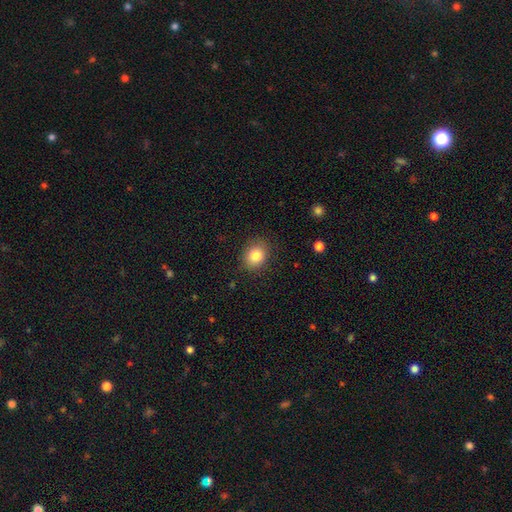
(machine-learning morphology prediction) The model was most divided on "how rounded": round: 62%, in between: 37%, cigar-shaped: 1%. More confident: merging — none (87%); smooth or featured — smooth (83%).